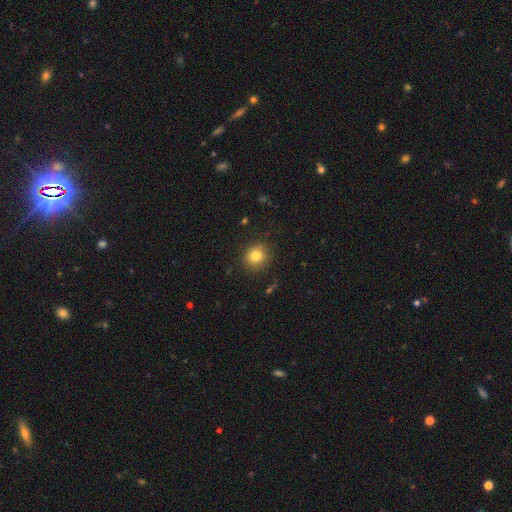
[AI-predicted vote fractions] Morphology: type=smooth (81%); roundness=round (86%); merging=none (89%).